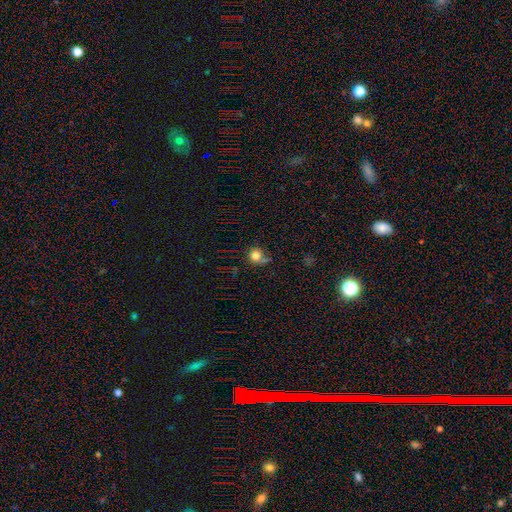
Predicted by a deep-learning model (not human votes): smooth 76%, star or artifact 13%, featured or disk 11%. Down the decision tree: how rounded — round (78%); merging — none (54%).